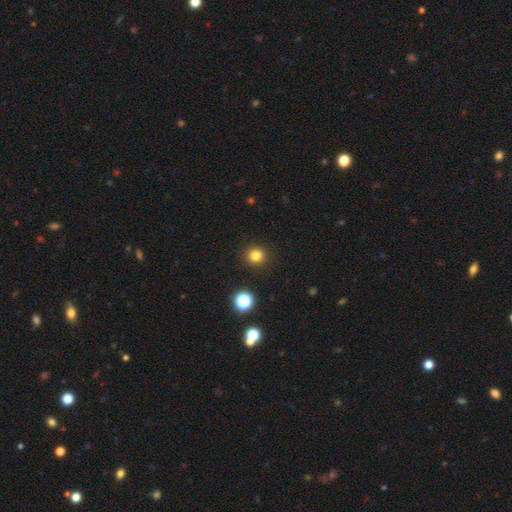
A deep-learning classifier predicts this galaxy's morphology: Smooth or featured? smooth (80%)
How rounded? round (92%)
Merging? none (91%)